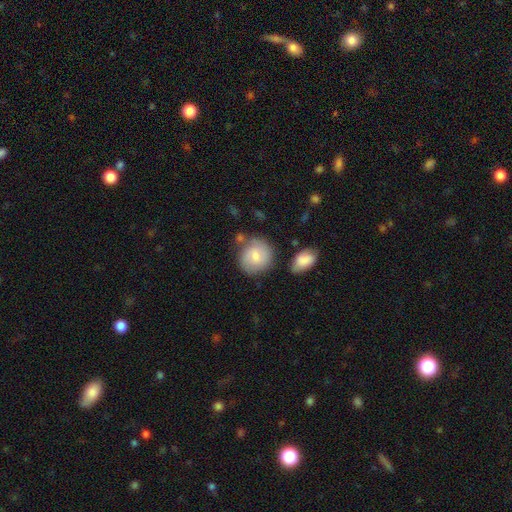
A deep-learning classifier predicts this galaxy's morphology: Q: Smooth or featured?
A: smooth (70%); runner-up: featured or disk (24%)
Q: How rounded?
A: round (83%); runner-up: in between (16%)
Q: Merging?
A: none (67%); runner-up: minor disturbance (18%)